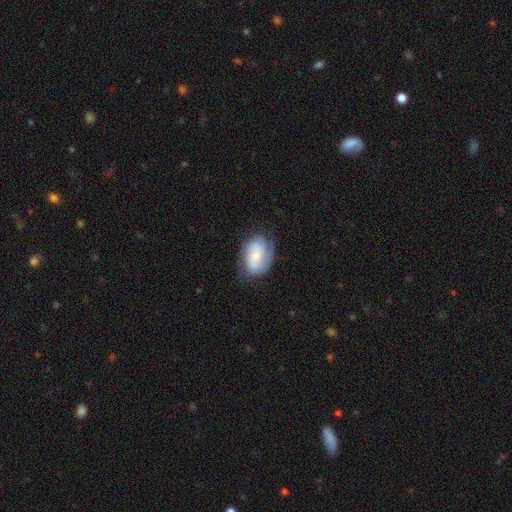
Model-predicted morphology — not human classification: smooth_or_featured: featured or disk (p=0.59) [alt: smooth p=0.34]
disk_edge_on: no (p=0.97) [alt: yes p=0.03]
bar: no (p=0.59) [alt: weak p=0.33]
has_spiral_arms: yes (p=0.89) [alt: no p=0.11]
spiral_winding: medium (p=0.42) [alt: tight p=0.37]
spiral_arm_count: 2 (p=0.51) [alt: can't tell p=0.23]
bulge_size: small (p=0.51) [alt: moderate p=0.36]
merging: none (p=0.64) [alt: minor disturbance p=0.25]